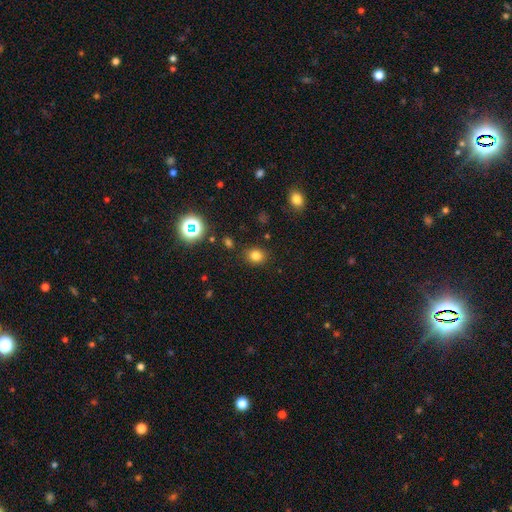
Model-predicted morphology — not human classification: A smooth galaxy with no disk features (78%) that is round (67%).

Vote fractions:
- Smooth or featured? smooth: 78% / star or artifact: 16% / featured or disk: 6%
- How rounded? round: 67% / in between: 32% / cigar-shaped: 1%
- Merging? none: 86% / minor disturbance: 8% / major disturbance: 3% / merger: 2%